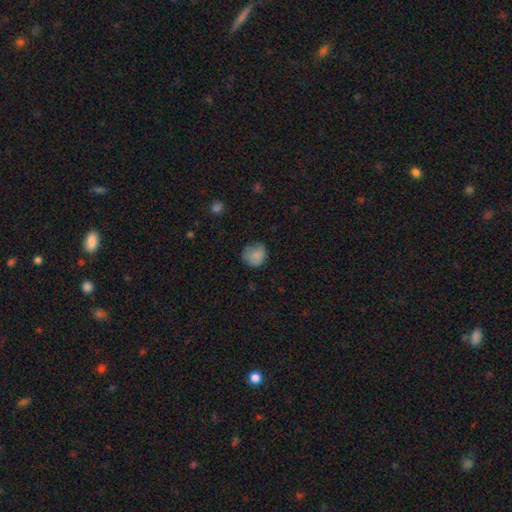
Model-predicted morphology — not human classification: smooth 82%, featured or disk 9%, star or artifact 9%. Down the decision tree: how rounded — round (85%); merging — none (70%).